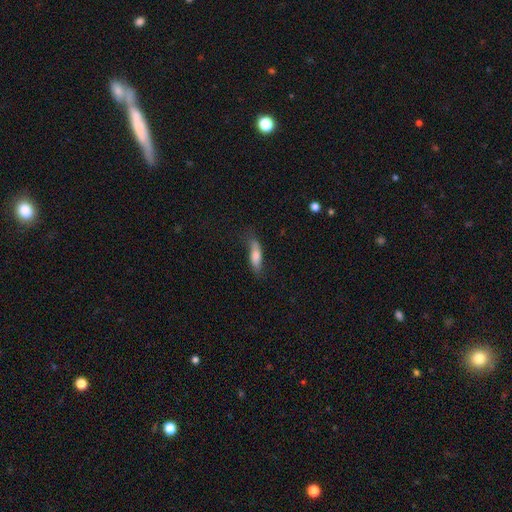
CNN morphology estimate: This is likely a smooth galaxy (73%). How rounded: possibly cigar-shaped (53%). Merging: likely none (62%).